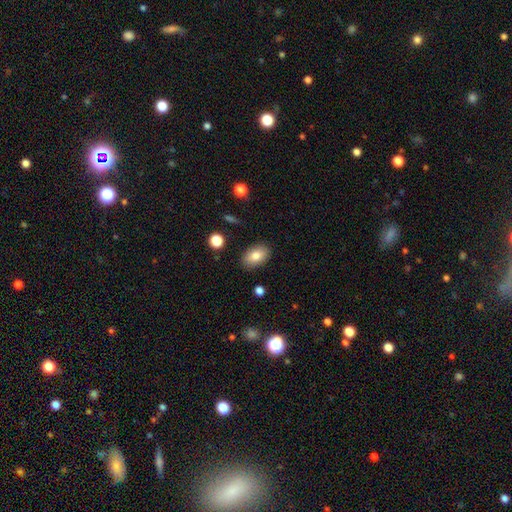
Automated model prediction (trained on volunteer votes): A smooth galaxy with no disk features (81%) that is in between round and cigar-shaped (90%). Merging: none (86%).